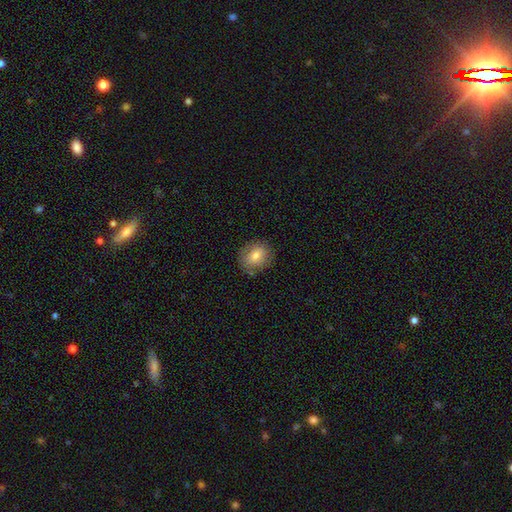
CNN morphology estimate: Q: Smooth or featured?
A: smooth (77%); runner-up: featured or disk (15%)
Q: How rounded?
A: round (56%); runner-up: in between (43%)
Q: Merging?
A: none (80%); runner-up: minor disturbance (14%)